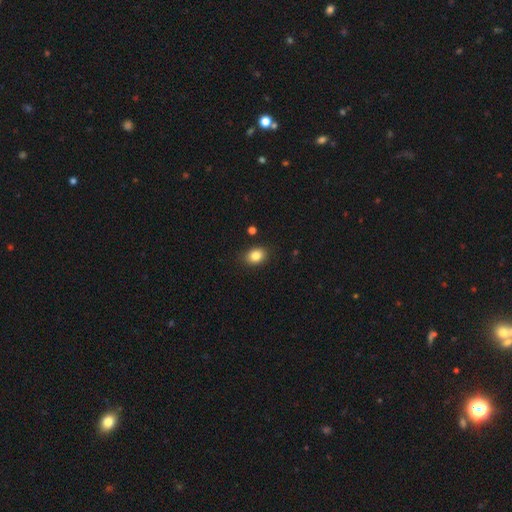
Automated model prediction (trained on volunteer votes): Overall: smooth (84%). How rounded: in between (59%; round 40%). Merging: none (87%).